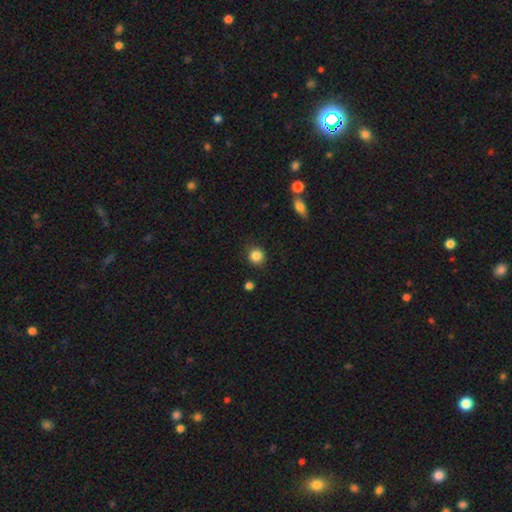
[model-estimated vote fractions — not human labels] A smooth galaxy with no disk features (85%) that is round (91%).

Vote fractions:
- Smooth or featured? smooth: 85% / star or artifact: 10% / featured or disk: 5%
- How rounded? round: 91% / in between: 8% / cigar-shaped: 1%
- Merging? none: 89% / minor disturbance: 7% / major disturbance: 2% / merger: 2%